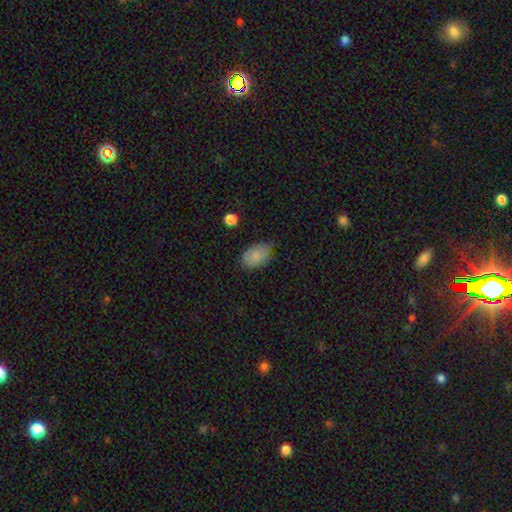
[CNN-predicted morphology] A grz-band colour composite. It shows a smooth galaxy with no disk features (83%) that is in between round and cigar-shaped (88%). Merging: none (71%).